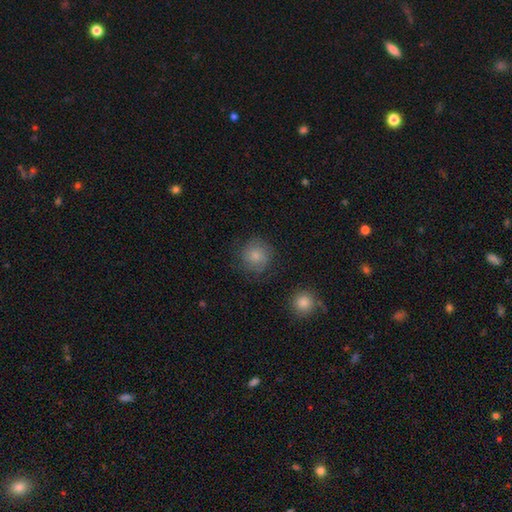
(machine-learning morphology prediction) This is likely a smooth galaxy (79%). How rounded: clearly round (91%). Merging: likely none (78%).